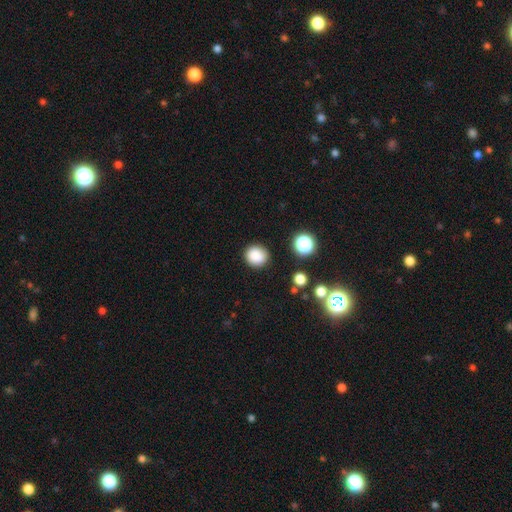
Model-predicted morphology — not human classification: smooth_or_featured: smooth (p=0.85) [alt: star or artifact p=0.11]
how_rounded: round (p=0.86) [alt: in between p=0.13]
merging: none (p=0.86) [alt: minor disturbance p=0.09]